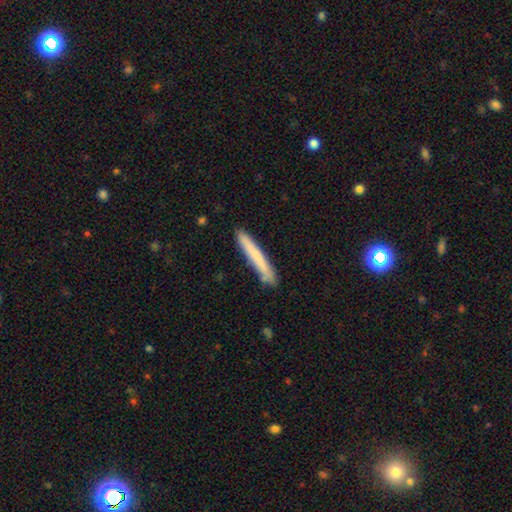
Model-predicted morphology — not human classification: Q: Smooth or featured?
A: smooth (72%); runner-up: featured or disk (22%)
Q: How rounded?
A: cigar-shaped (96%); runner-up: in between (3%)
Q: Merging?
A: none (86%); runner-up: minor disturbance (11%)